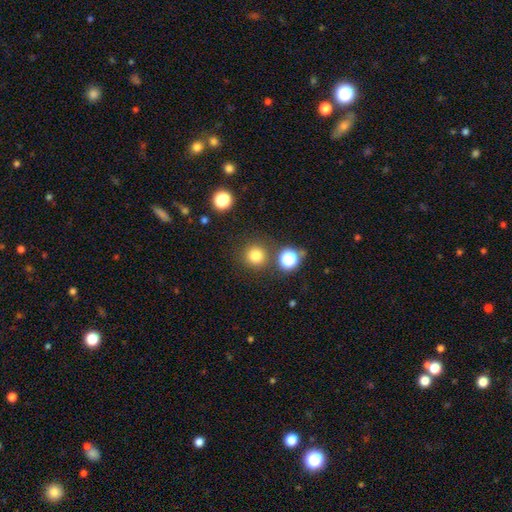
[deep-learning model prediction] Smooth or featured: smooth — 78% (star or artifact — 16%)
How rounded: round — 95% (in between — 4%)
Merging: none — 84% (minor disturbance — 7%)